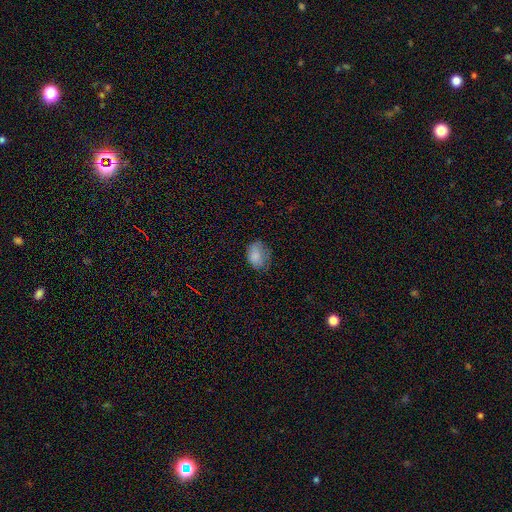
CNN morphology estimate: This is clearly a smooth galaxy (81%). How rounded: likely in between (73%). Merging: possibly none (53%).